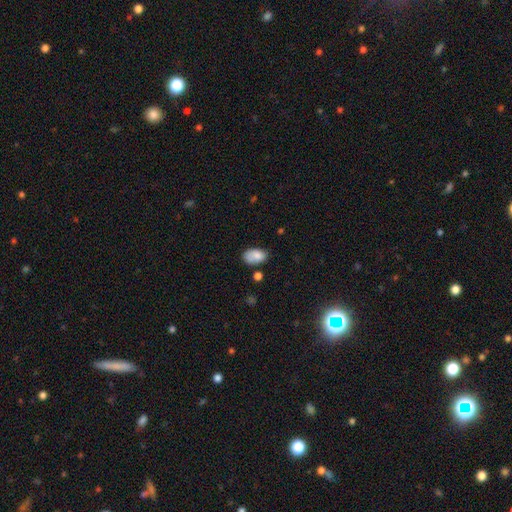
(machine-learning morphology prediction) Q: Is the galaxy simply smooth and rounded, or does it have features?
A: smooth — 82%.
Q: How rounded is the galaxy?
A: in between — 91%.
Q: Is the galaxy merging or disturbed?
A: none — 55%.